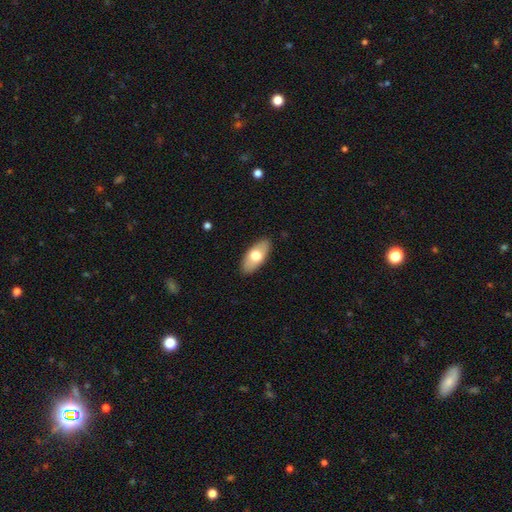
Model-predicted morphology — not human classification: A smooth galaxy with no disk features (67%) that is in between round and cigar-shaped (90%).

Vote fractions:
- Smooth or featured? smooth: 67% / featured or disk: 27% / star or artifact: 6%
- How rounded? in between: 90% / cigar-shaped: 7% / round: 3%
- Merging? none: 89% / minor disturbance: 9% / major disturbance: 2% / merger: 1%